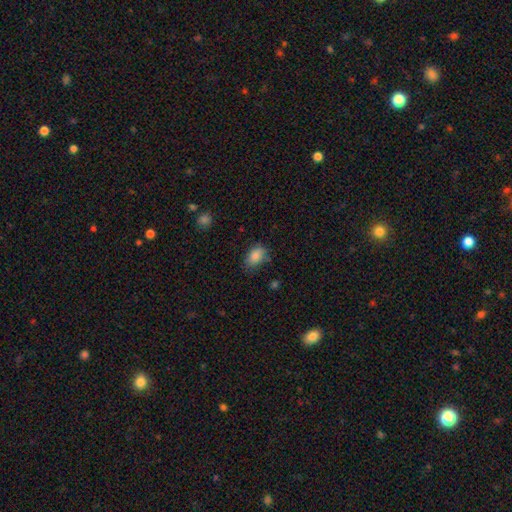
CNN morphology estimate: Smooth or featured? smooth (85%)
How rounded? in between (86%)
Merging? none (65%)